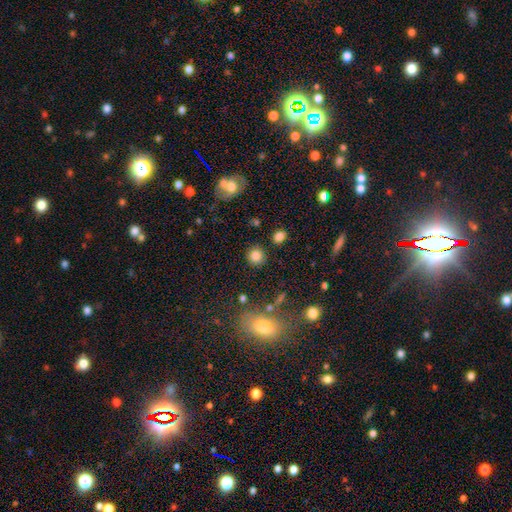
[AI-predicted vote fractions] Morphology: type=smooth (83%); roundness=round (90%); merging=none (87%).